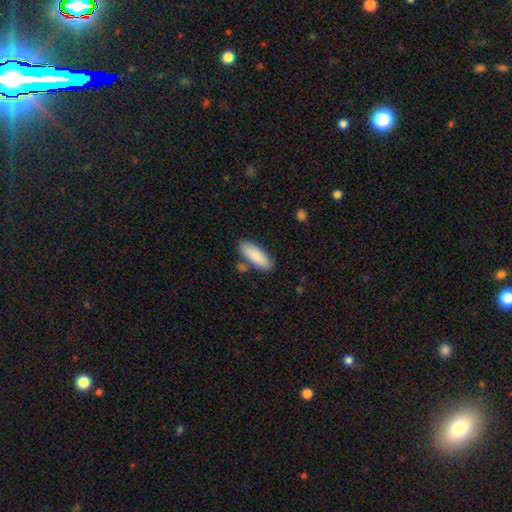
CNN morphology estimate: smooth-or-featured: smooth: 85% | featured or disk: 9% | star or artifact: 6%
  how-rounded: in between: 62% | cigar-shaped: 36% | round: 2%
  merging: none: 79% | minor disturbance: 12% | merger: 7% | major disturbance: 3%